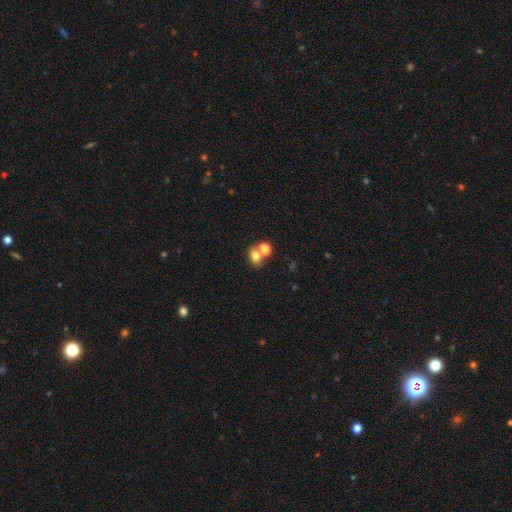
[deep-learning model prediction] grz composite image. It shows a smooth galaxy with no disk features (74%) that is round (54%). Merging: none (45%).